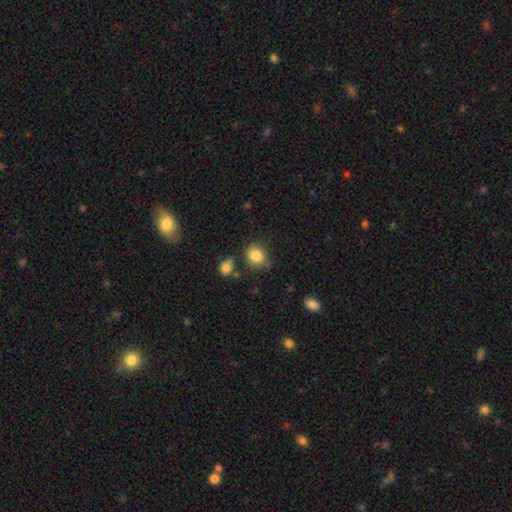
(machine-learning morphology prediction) A smooth galaxy with no disk features (82%) that is round (60%). Merging: none (64%).